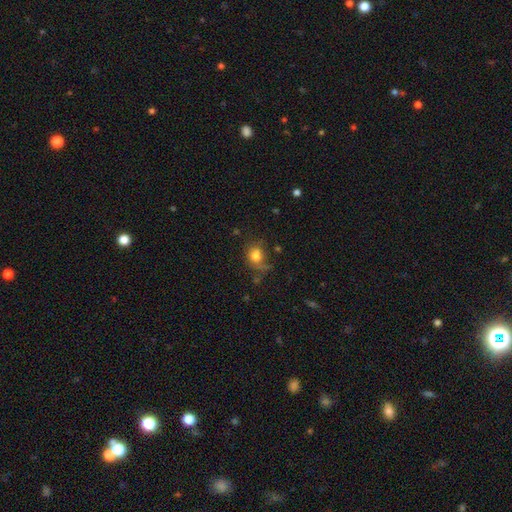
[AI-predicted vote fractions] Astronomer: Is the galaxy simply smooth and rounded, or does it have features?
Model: smooth — 79%.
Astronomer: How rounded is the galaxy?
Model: round — 62% (runner-up: in between, 37%).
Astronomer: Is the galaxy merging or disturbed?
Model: none — 56%.